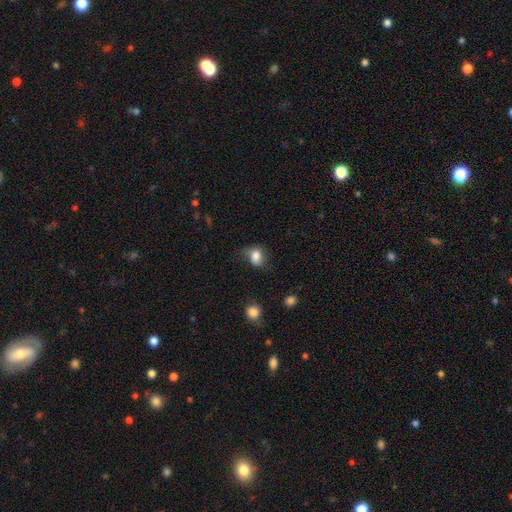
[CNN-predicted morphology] type=smooth (81%); roundness=in between (62%); merging=none (49%).